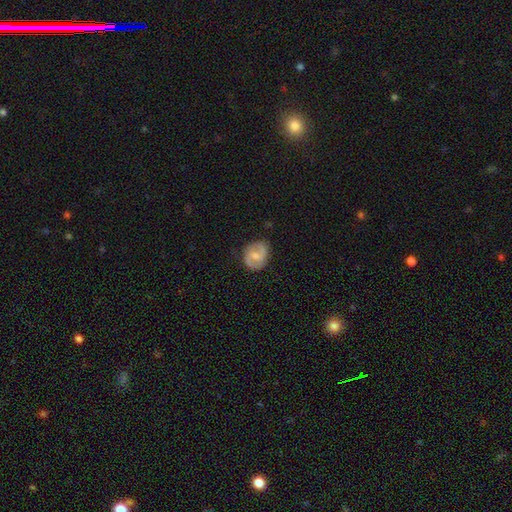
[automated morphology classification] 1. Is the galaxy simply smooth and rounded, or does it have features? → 68% featured or disk, 26% smooth, 6% star or artifact.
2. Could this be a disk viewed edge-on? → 98% no, 2% yes.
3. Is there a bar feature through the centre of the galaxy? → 54% weak, 24% no, 21% strong.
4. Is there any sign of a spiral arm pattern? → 88% yes, 12% no.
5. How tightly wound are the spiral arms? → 51% medium, 27% tight, 21% loose.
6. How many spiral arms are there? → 87% 2, 7% can't tell, 3% 1, 1% 3, 1% 4, 1% more than 4.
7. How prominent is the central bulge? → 47% moderate, 40% small, 8% none, 3% large, 1% dominant.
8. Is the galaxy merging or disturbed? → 78% none, 16% minor disturbance, 5% major disturbance, 1% merger.